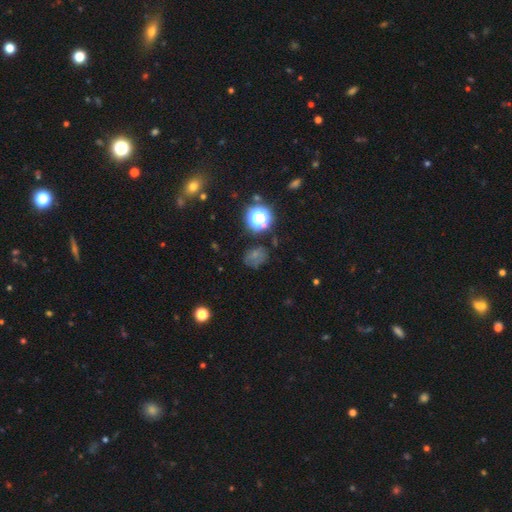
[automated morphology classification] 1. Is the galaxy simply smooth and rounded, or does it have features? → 51% smooth, 34% star or artifact, 16% featured or disk.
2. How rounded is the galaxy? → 52% round, 46% in between, 1% cigar-shaped.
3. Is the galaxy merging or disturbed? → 66% none, 21% minor disturbance, 10% major disturbance, 4% merger.